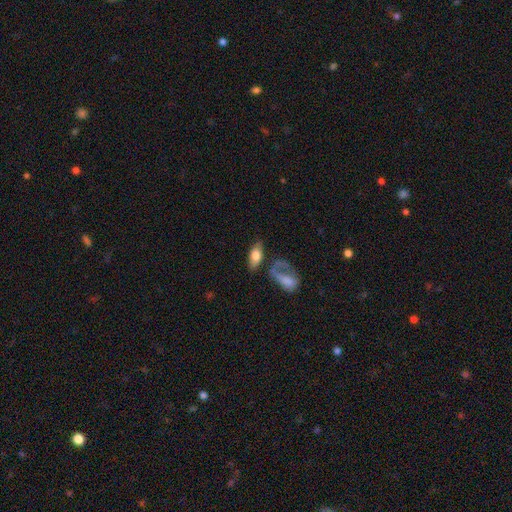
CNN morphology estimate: type=smooth (71%); roundness=in between (86%); merging=none (49%).